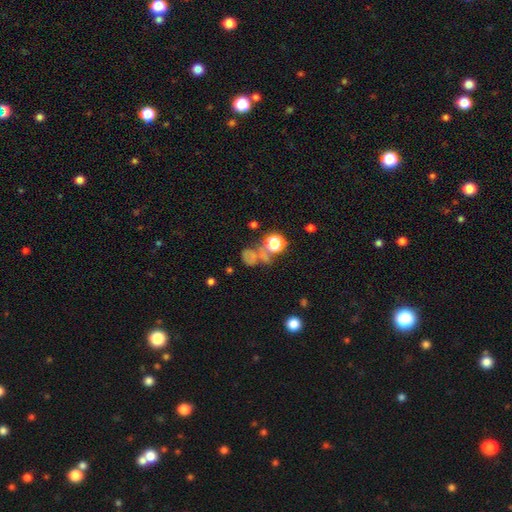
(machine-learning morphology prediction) Smooth or featured? smooth (42%)
Merging? none (39%)